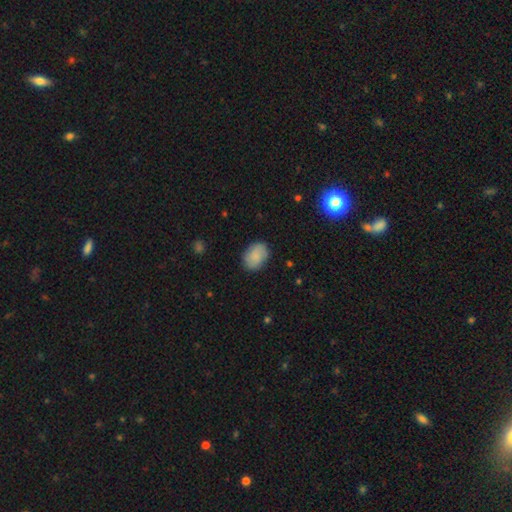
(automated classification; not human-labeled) A smooth galaxy with no disk features (83%) that is in between round and cigar-shaped (73%).

Vote fractions:
- Smooth or featured? smooth: 83% / featured or disk: 10% / star or artifact: 7%
- How rounded? in between: 73% / round: 25% / cigar-shaped: 1%
- Merging? none: 83% / minor disturbance: 13% / major disturbance: 3% / merger: 1%